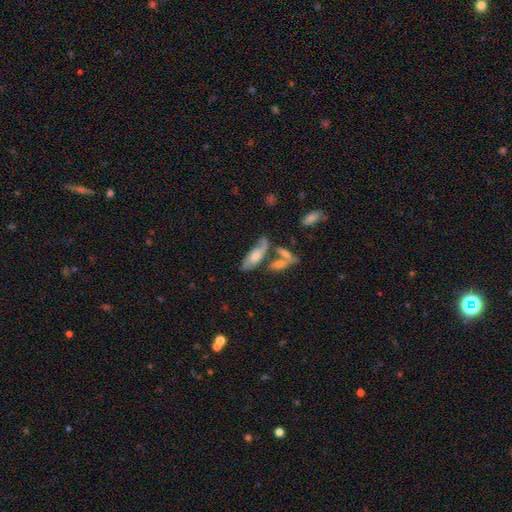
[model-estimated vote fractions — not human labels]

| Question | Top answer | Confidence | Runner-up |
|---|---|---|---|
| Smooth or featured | featured or disk | 50% | smooth (41%) |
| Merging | none | 40% | merger (30%) |